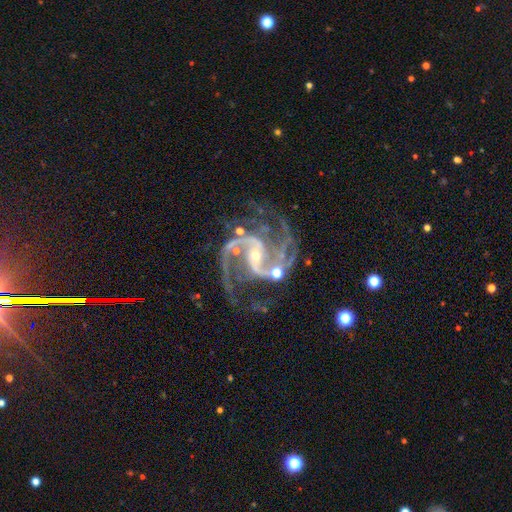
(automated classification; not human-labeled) Smooth or featured? Predicted: featured or disk (p=0.93). Edge-on disk? Predicted: no (p=0.98). Bar? Predicted: strong (p=0.36). Spiral arms? Predicted: yes (p=0.99). Spiral winding? Predicted: medium (p=0.65). Spiral arm count? Predicted: 2 (p=0.73). Bulge size? Predicted: small (p=0.75). Merging? Predicted: none (p=0.59).